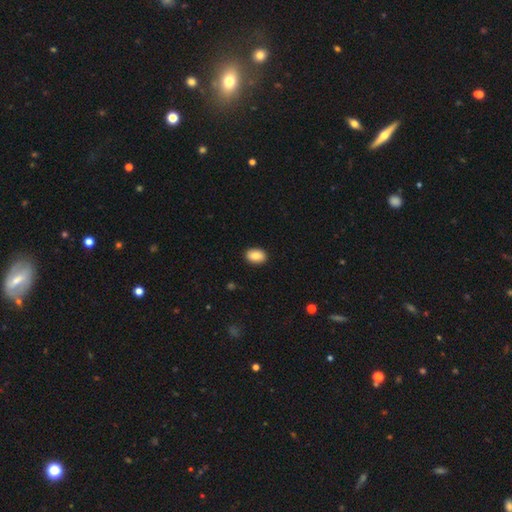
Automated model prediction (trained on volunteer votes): This is clearly a smooth galaxy (87%). How rounded: clearly in between (85%). Merging: clearly none (90%).